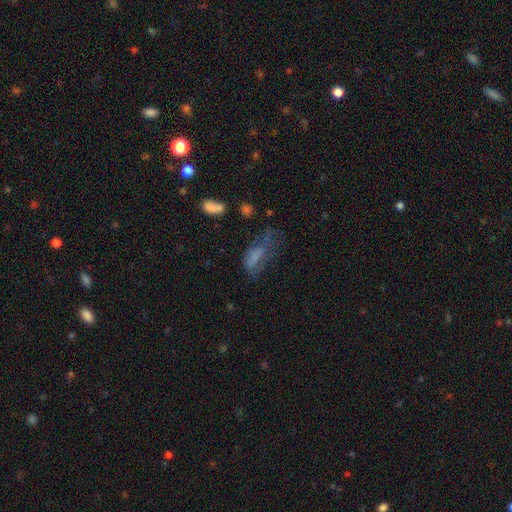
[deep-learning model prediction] Overall: smooth (53%; featured or disk 30%). How rounded: in between (75%). Merging: major disturbance (39%; none 31%).